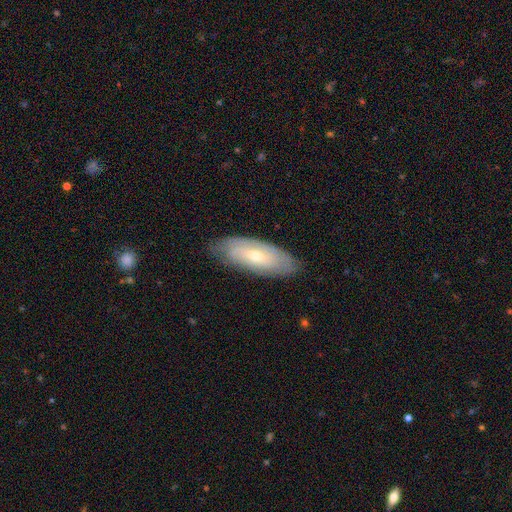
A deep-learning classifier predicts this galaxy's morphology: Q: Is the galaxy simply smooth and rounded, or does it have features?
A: featured or disk — 56%.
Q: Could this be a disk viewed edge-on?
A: no — 81%.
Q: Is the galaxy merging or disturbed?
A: none — 79%.